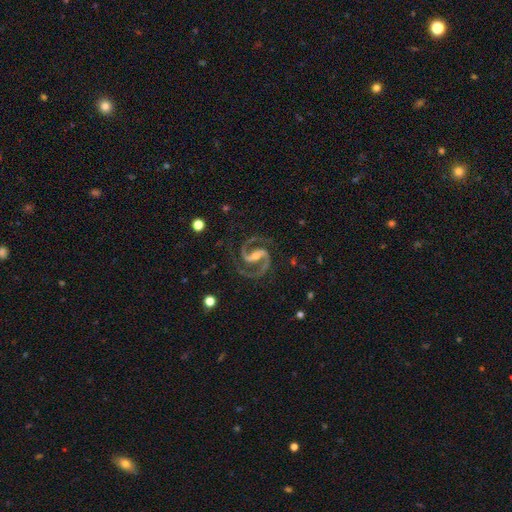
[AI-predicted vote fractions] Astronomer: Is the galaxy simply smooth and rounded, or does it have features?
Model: featured or disk — 94%.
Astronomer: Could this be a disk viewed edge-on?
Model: no — 98%.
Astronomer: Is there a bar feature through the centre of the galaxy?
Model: strong — 49% (runner-up: weak, 35%).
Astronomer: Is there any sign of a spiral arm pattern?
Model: yes — 99%.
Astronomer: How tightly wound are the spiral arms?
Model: medium — 72%.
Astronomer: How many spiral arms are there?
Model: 2 — 94%.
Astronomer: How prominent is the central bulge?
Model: small — 53% (runner-up: moderate, 40%).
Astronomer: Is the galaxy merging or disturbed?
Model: none — 81%.